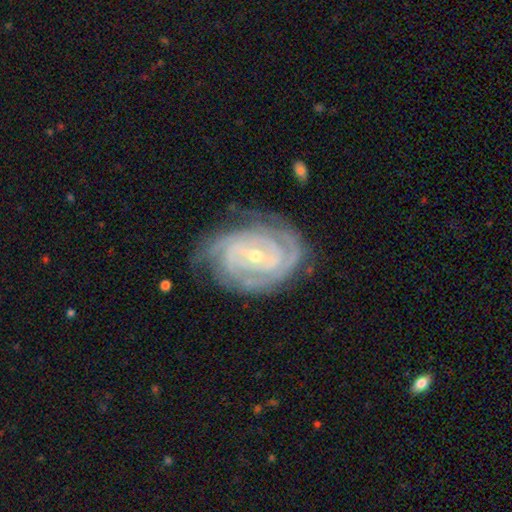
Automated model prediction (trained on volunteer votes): Overall: featured or disk (91%). Edge-on disk: no (97%). Bar: weak (42%; no 38%). Spiral arms: yes (98%). Spiral arm count: 2 (26%; 3 25%). Spiral winding: tight (81%). Bulge size: small (63%; moderate 34%). Merging: none (73%).